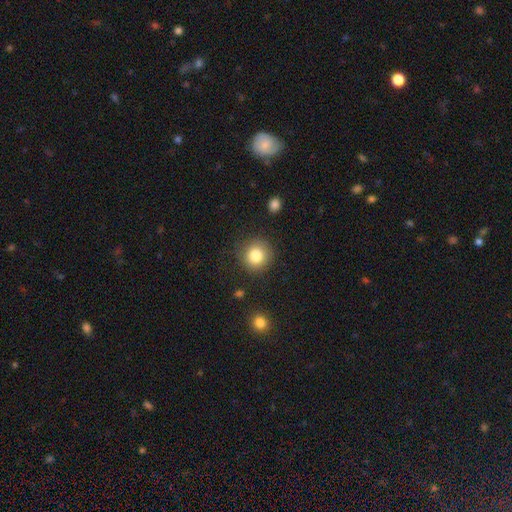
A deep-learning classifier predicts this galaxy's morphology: smooth-or-featured: smooth: 82% | star or artifact: 10% | featured or disk: 7%
  how-rounded: round: 92% | in between: 7% | cigar-shaped: 1%
  merging: none: 86% | minor disturbance: 9% | major disturbance: 3% | merger: 2%